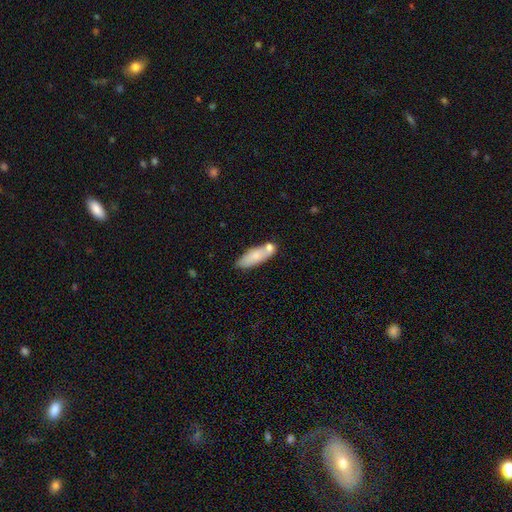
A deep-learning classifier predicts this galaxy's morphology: The model was most divided on "how rounded": in between: 57%, cigar-shaped: 41%, round: 2%. More confident: smooth or featured — smooth (75%); merging — none (58%).